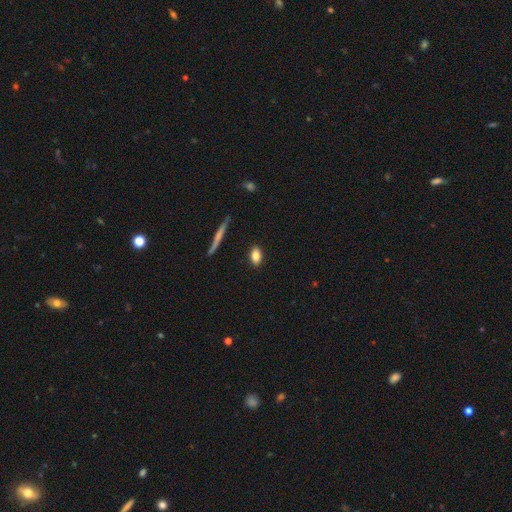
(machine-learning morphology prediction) smooth-or-featured: smooth: 82% | featured or disk: 10% | star or artifact: 8%
  how-rounded: in between: 83% | round: 10% | cigar-shaped: 7%
  merging: none: 89% | minor disturbance: 8% | major disturbance: 2% | merger: 1%